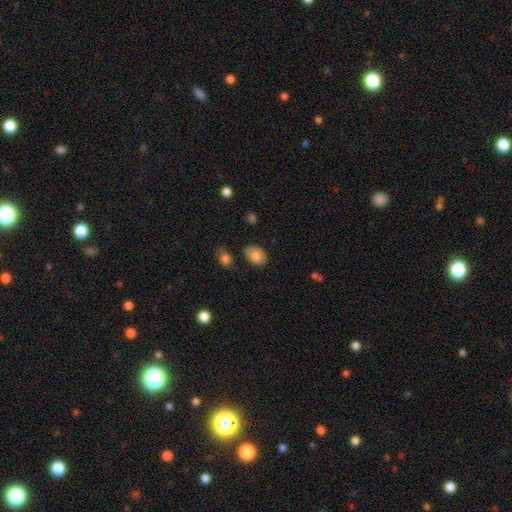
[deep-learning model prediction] Smooth or featured: smooth — 78% (featured or disk — 14%)
How rounded: in between — 82% (round — 17%)
Merging: none — 79% (minor disturbance — 14%)